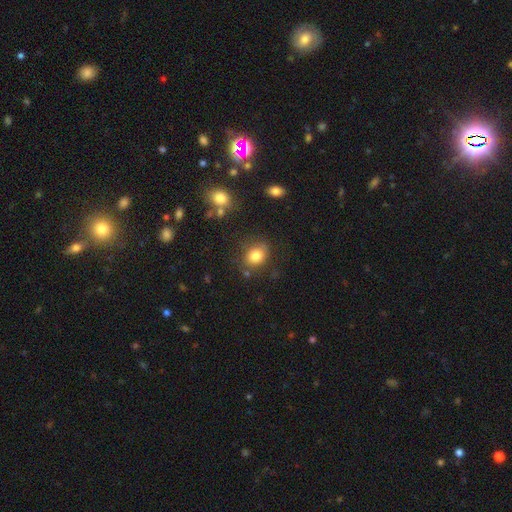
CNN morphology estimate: Smooth or featured?
  - smooth: 81% *
  - star or artifact: 11%
  - featured or disk: 8%
How rounded?
  - round: 54% *
  - in between: 45%
  - cigar-shaped: 1%
Merging?
  - none: 75% *
  - minor disturbance: 15%
  - major disturbance: 5%
  - merger: 4%